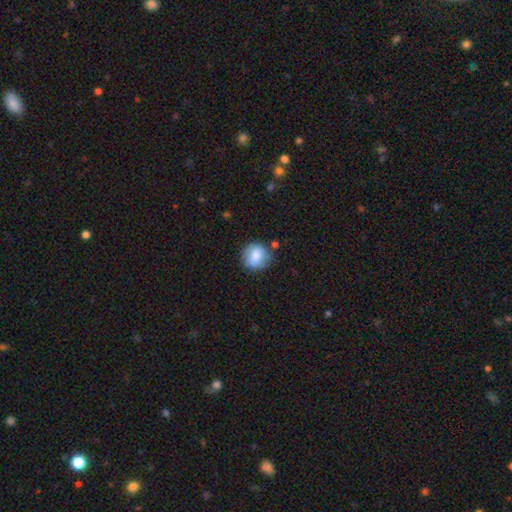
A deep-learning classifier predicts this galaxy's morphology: A smooth galaxy with no disk features (79%) that is round (86%).

Vote fractions:
- Smooth or featured? smooth: 79% / featured or disk: 13% / star or artifact: 8%
- How rounded? round: 86% / in between: 13% / cigar-shaped: 1%
- Merging? none: 76% / minor disturbance: 16% / major disturbance: 4% / merger: 4%